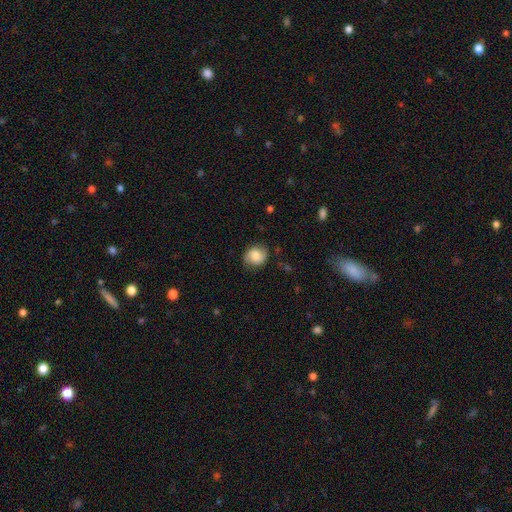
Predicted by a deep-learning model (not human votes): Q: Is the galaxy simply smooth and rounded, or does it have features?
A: smooth — 57%.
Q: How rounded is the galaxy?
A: round — 71%.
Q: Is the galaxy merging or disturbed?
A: none — 78%.